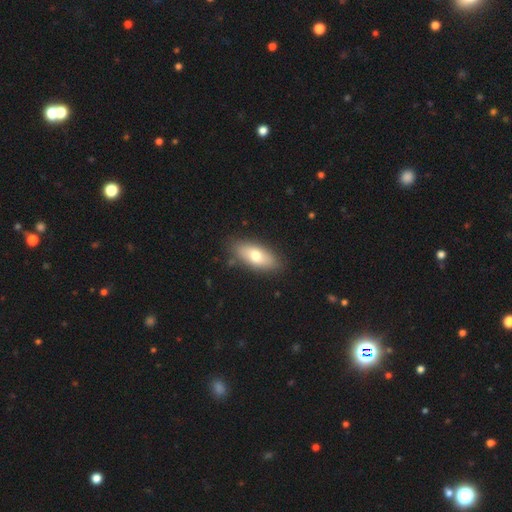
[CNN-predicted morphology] Overall: smooth (71%). How rounded: in between (82%). Merging: none (85%).